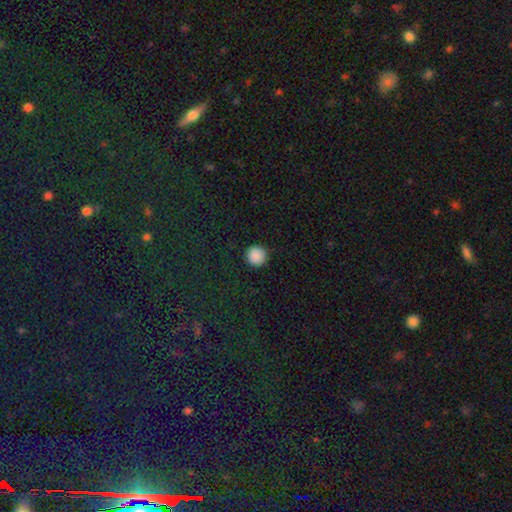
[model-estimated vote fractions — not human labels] Smooth or featured?
  - smooth: 88% *
  - star or artifact: 9%
  - featured or disk: 3%
How rounded?
  - round: 96% *
  - in between: 3%
  - cigar-shaped: 1%
Merging?
  - none: 91% *
  - minor disturbance: 6%
  - major disturbance: 2%
  - merger: 1%